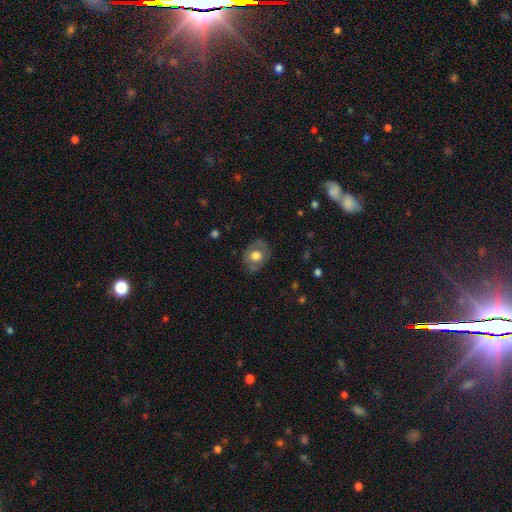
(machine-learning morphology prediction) smooth_or_featured: smooth (p=0.60) [alt: featured or disk p=0.33]
how_rounded: round (p=0.54) [alt: in between p=0.45]
merging: none (p=0.78) [alt: minor disturbance p=0.15]